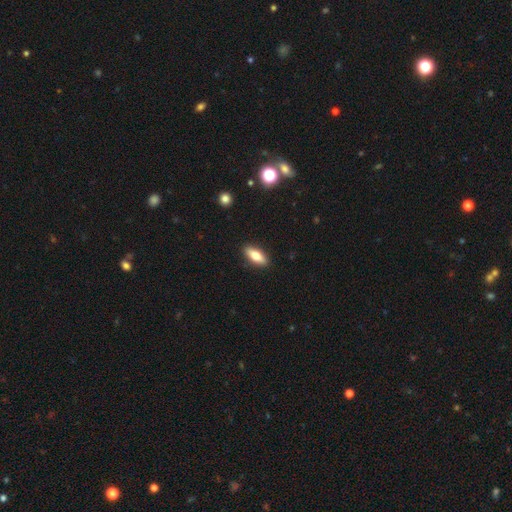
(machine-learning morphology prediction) Overall: smooth (73%). How rounded: in between (72%). Merging: none (89%).